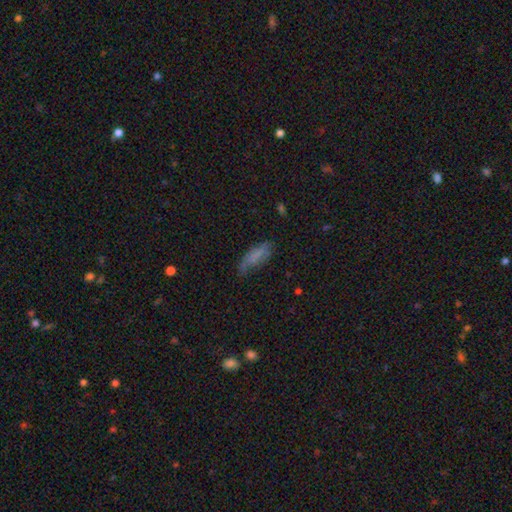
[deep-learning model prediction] This appears to be a smooth galaxy with no disk features (67%) that is in between round and cigar-shaped (64%). Merging: none (49%).